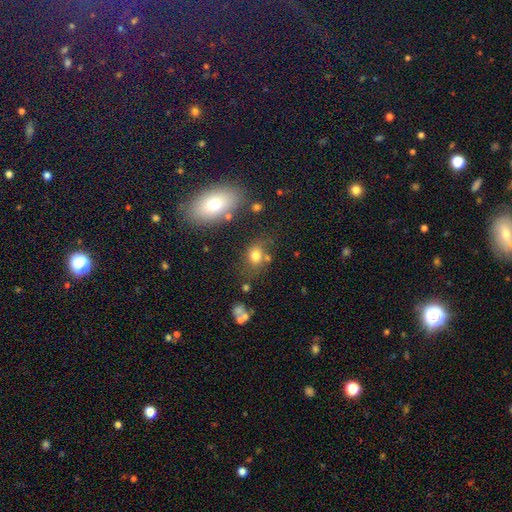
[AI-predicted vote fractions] A smooth galaxy with no disk features (74%) that is in between round and cigar-shaped (52%). Merging: none (62%).